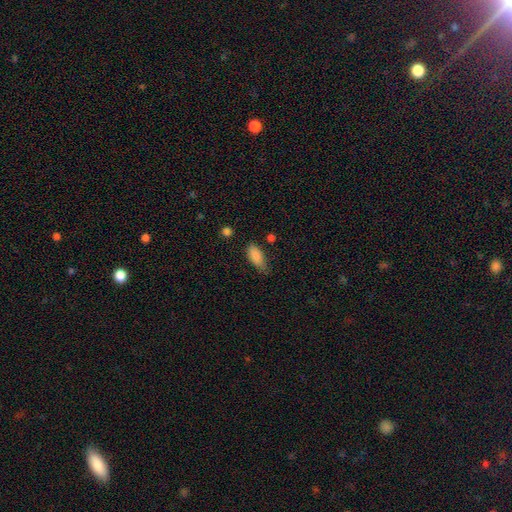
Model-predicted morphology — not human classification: Smooth or featured? Predicted: smooth (p=0.86). How rounded? Predicted: in between (p=0.84). Merging? Predicted: none (p=0.54).